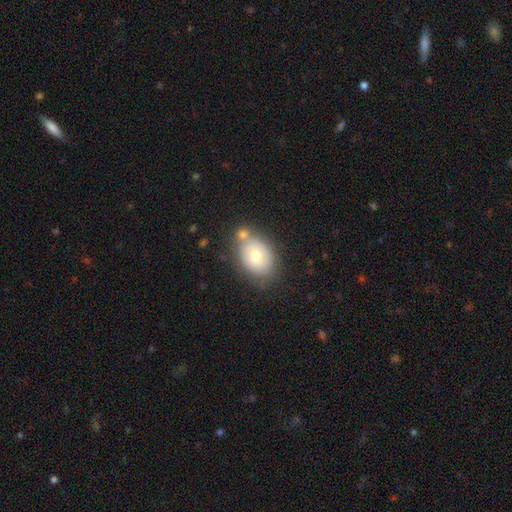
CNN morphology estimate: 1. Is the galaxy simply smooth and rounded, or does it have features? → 64% smooth, 27% featured or disk, 8% star or artifact.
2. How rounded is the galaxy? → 63% in between, 36% round, 1% cigar-shaped.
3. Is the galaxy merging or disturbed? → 51% none, 25% merger, 17% minor disturbance, 6% major disturbance.